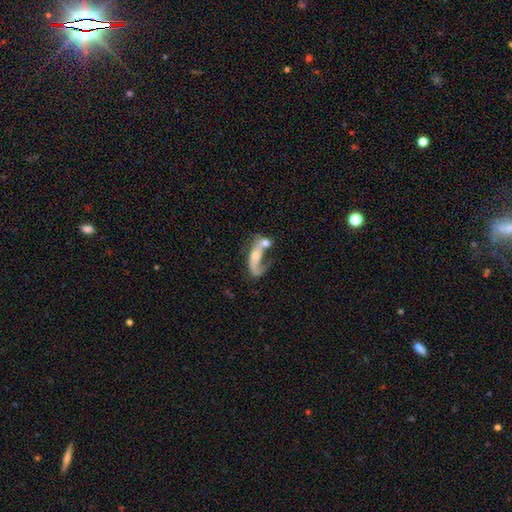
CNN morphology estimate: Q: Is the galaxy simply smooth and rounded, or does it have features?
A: featured or disk — 52%.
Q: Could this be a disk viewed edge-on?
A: no — 86%.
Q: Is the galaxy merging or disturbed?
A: merger — 52%.